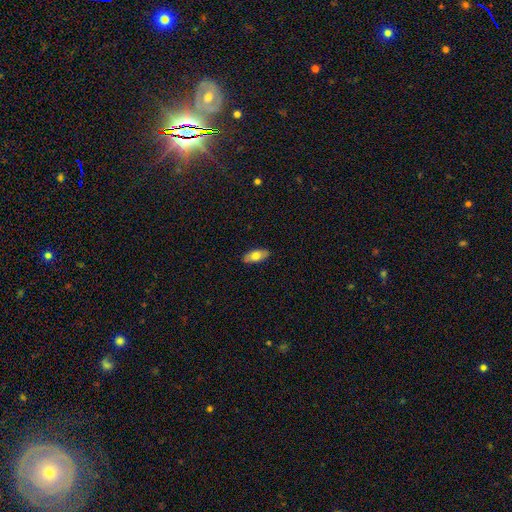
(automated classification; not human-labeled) Smooth or featured: smooth — 70% (featured or disk — 24%)
How rounded: in between — 87% (cigar-shaped — 10%)
Merging: none — 87% (minor disturbance — 10%)